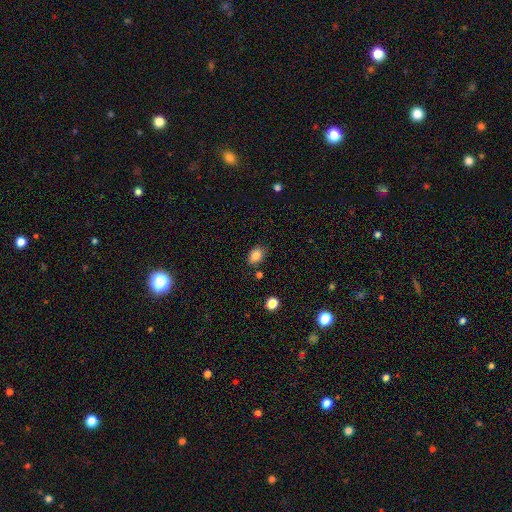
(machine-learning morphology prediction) This is clearly a smooth galaxy (85%). How rounded: likely in between (78%). Merging: clearly none (81%).